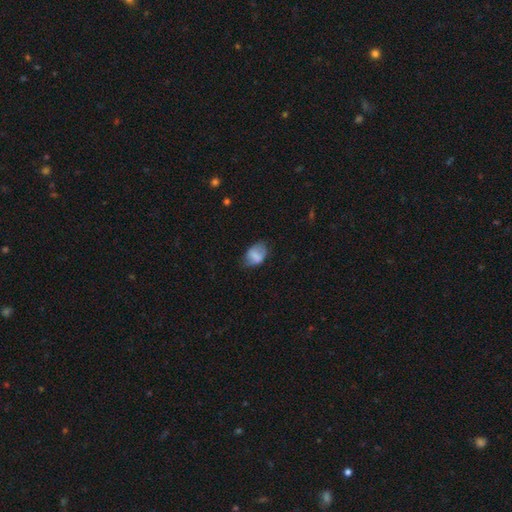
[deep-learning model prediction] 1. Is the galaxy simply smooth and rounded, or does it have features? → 71% smooth, 20% featured or disk, 9% star or artifact.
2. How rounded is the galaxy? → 79% in between, 19% round, 1% cigar-shaped.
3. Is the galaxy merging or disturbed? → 53% none, 33% minor disturbance, 13% major disturbance, 2% merger.